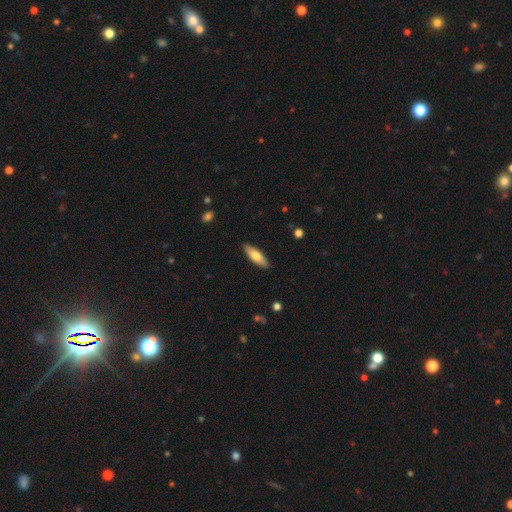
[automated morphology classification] Smooth or featured: smooth — 72% (featured or disk — 22%)
How rounded: in between — 53% (cigar-shaped — 45%)
Merging: none — 89% (minor disturbance — 8%)